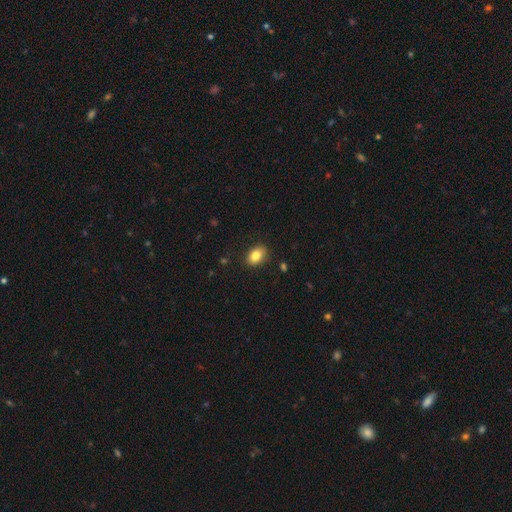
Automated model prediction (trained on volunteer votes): This appears to be a smooth galaxy with no disk features (84%) that is in between round and cigar-shaped (80%). Merging: none (87%).